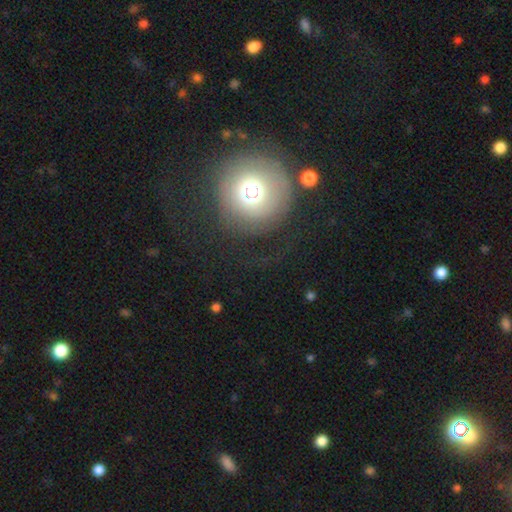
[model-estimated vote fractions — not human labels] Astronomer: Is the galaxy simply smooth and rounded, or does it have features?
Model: smooth — 51% (runner-up: featured or disk, 30%).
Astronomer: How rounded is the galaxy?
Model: round — 95%.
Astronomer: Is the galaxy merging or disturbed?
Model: none — 74%.